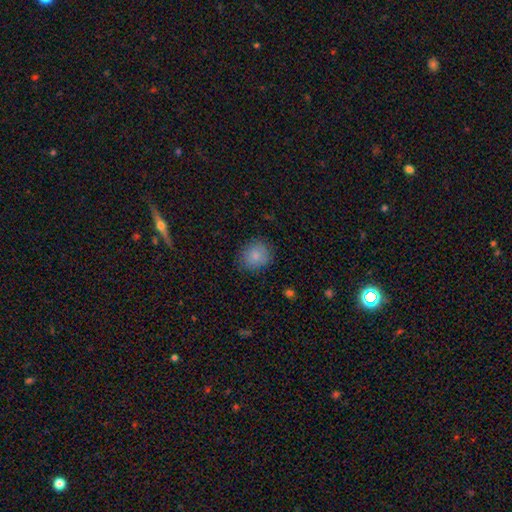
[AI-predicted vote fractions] The model was most divided on "how rounded": round: 74%, in between: 25%, cigar-shaped: 1%. More confident: smooth or featured — smooth (85%); merging — none (82%).